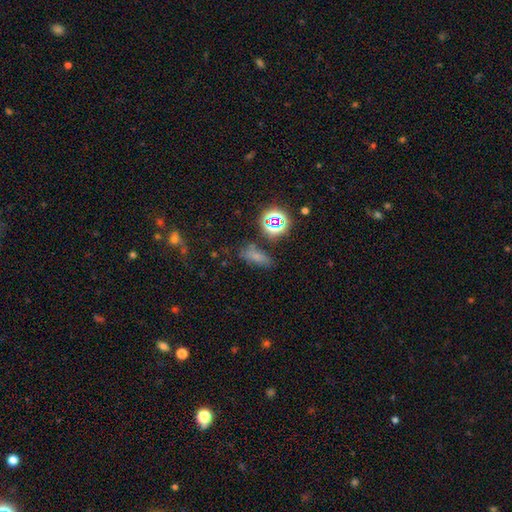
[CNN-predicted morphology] A smooth galaxy with no disk features (62%) that is in between round and cigar-shaped (72%). Merging: none (66%).